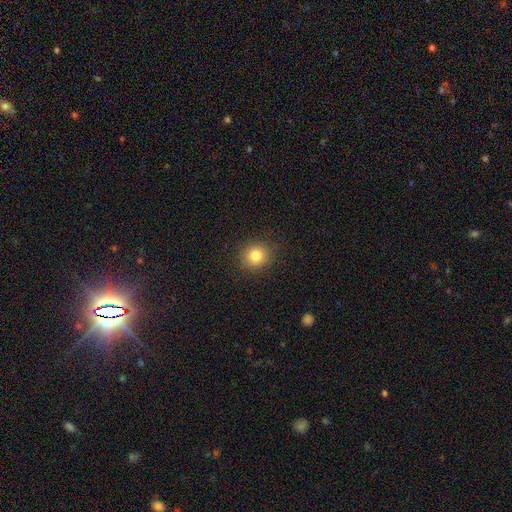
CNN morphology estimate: A smooth galaxy with no disk features (82%) that is round (83%).

Vote fractions:
- Smooth or featured? smooth: 82% / star or artifact: 11% / featured or disk: 7%
- How rounded? round: 83% / in between: 16% / cigar-shaped: 1%
- Merging? none: 89% / minor disturbance: 7% / major disturbance: 2% / merger: 1%